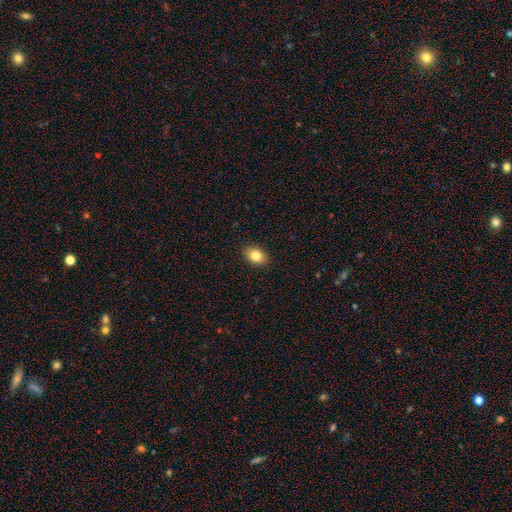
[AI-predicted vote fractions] A smooth galaxy with no disk features (82%) that is in between round and cigar-shaped (80%). Merging: none (89%).